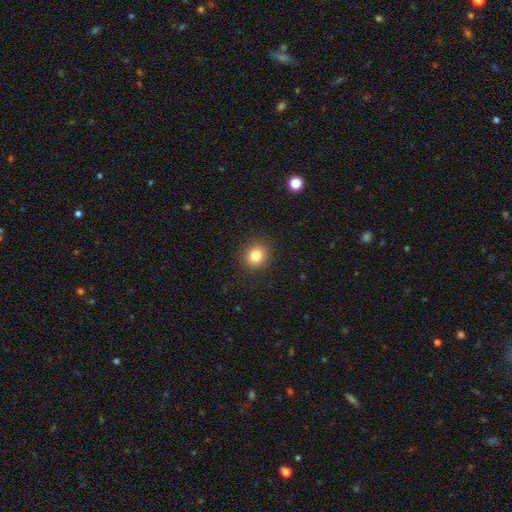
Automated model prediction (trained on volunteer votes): Smooth or featured? smooth (82%)
How rounded? round (83%)
Merging? none (90%)